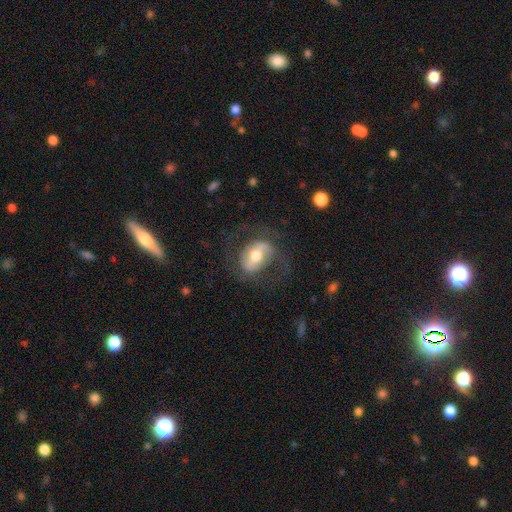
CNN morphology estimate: type=featured or disk (69%); edge-on=no (95%); bar=strong (43%); spiral arms=yes (72%); bulge=moderate (68%); merging=none (69%).